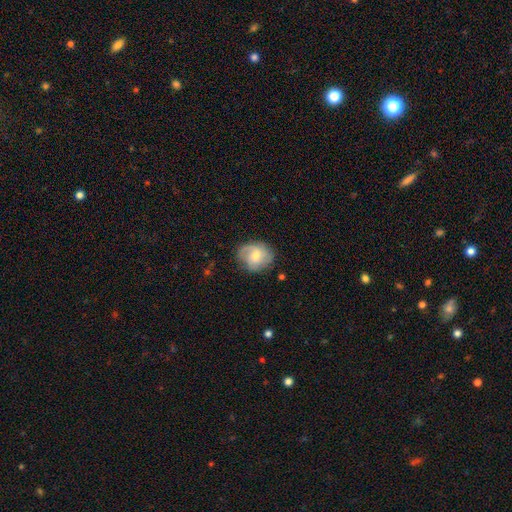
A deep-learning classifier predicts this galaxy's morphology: smooth-or-featured: featured or disk: 51% | smooth: 42% | star or artifact: 7%
  disk-edge-on: no: 97% | yes: 3%
  merging: none: 64% | minor disturbance: 24% | major disturbance: 10% | merger: 2%